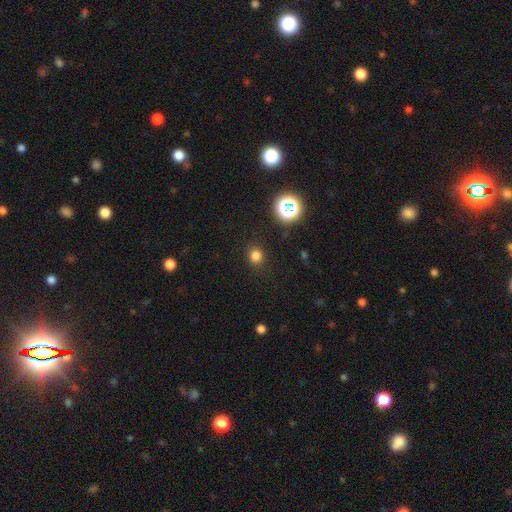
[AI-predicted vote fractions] The model was most divided on "smooth or featured": smooth: 77%, star or artifact: 18%, featured or disk: 4%. More confident: merging — none (88%); how rounded — round (84%).